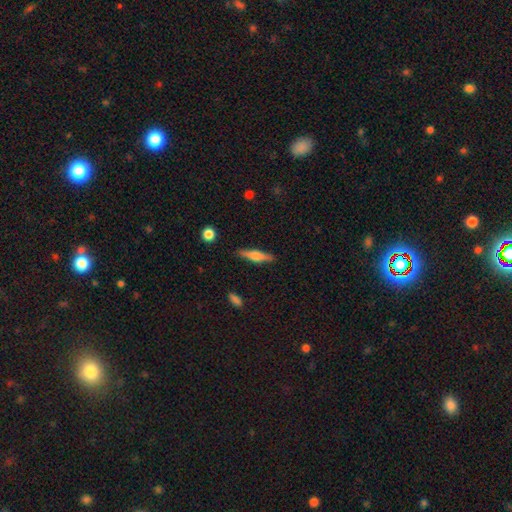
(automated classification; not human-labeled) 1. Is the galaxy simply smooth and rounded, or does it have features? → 49% featured or disk, 45% smooth, 6% star or artifact.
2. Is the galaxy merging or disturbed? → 89% none, 8% minor disturbance, 2% major disturbance, 1% merger.